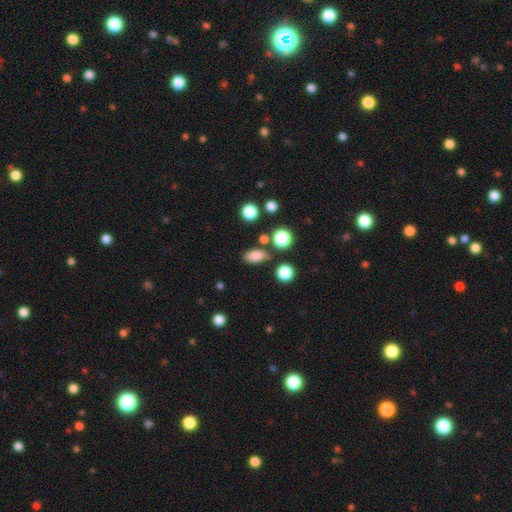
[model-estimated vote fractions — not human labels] Smooth or featured: smooth — 82% (star or artifact — 12%)
How rounded: in between — 84% (round — 11%)
Merging: none — 76% (minor disturbance — 13%)